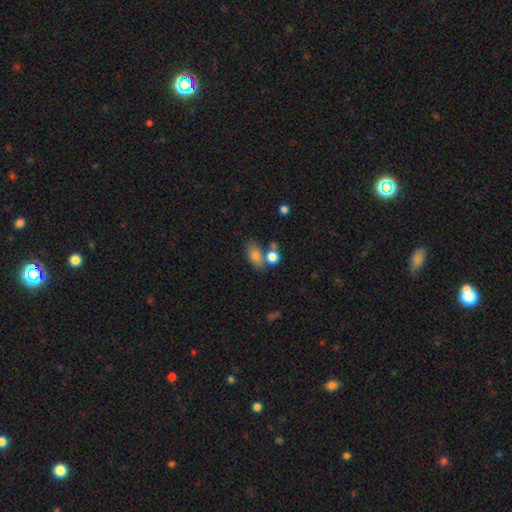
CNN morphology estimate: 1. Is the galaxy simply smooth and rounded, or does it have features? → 79% smooth, 11% featured or disk, 10% star or artifact.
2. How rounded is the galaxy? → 83% in between, 14% round, 3% cigar-shaped.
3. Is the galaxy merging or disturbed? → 47% none, 31% merger, 15% minor disturbance, 7% major disturbance.